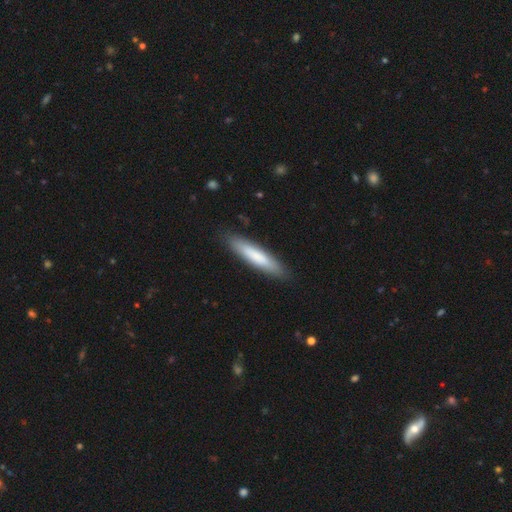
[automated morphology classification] smooth 75%, featured or disk 20%, star or artifact 6%. Down the decision tree: how rounded — cigar-shaped (85%); merging — none (88%).